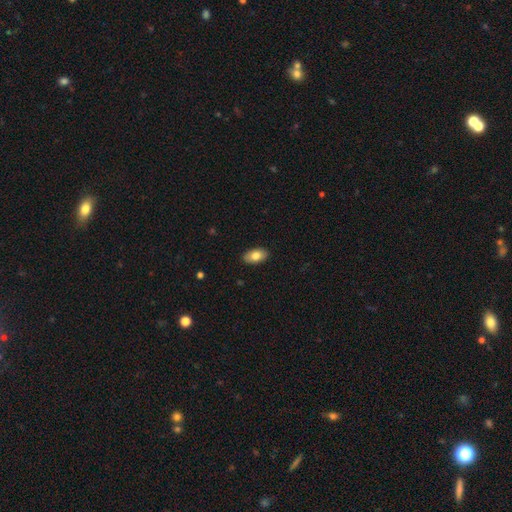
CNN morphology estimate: This is clearly a smooth galaxy (81%). How rounded: clearly in between (93%). Merging: clearly none (89%).